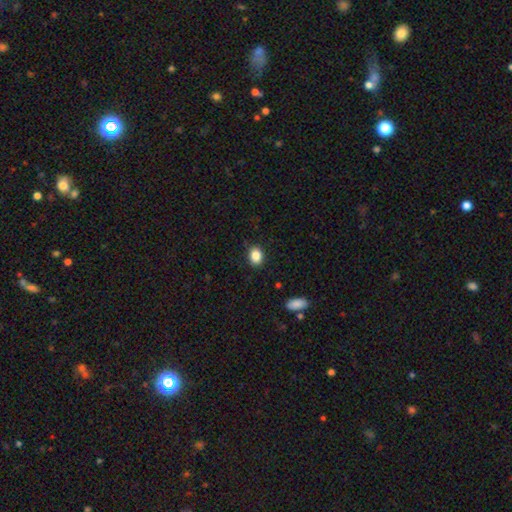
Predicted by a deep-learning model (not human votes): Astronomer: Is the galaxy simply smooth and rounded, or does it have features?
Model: smooth — 86%.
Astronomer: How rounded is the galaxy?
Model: in between — 60% (runner-up: round, 39%).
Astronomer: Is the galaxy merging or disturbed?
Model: none — 87%.